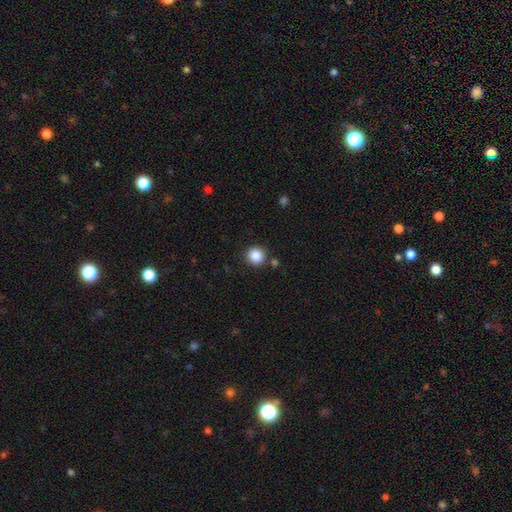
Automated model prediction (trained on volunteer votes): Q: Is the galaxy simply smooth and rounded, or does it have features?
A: smooth — 87%.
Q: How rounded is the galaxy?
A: round — 91%.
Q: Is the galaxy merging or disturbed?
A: none — 86%.